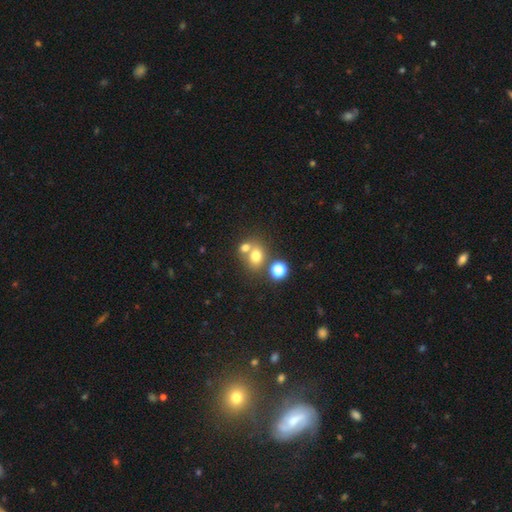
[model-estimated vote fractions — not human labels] Overall: smooth (71%). How rounded: round (63%; in between 36%). Merging: none (48%; merger 39%).